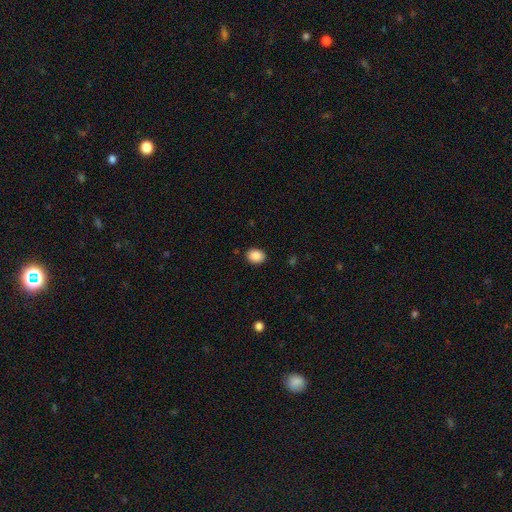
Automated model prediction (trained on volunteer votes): This is clearly a smooth galaxy (88%). How rounded: possibly in between (57%). Merging: clearly none (89%).